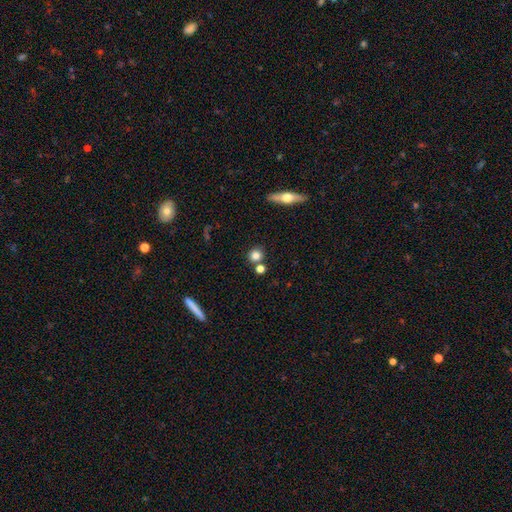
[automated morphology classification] Overall: smooth (80%). How rounded: round (89%). Merging: none (74%).